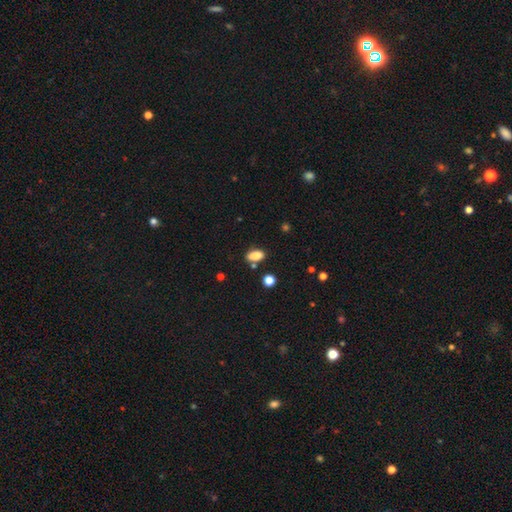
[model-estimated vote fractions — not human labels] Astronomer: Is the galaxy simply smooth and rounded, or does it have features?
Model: smooth — 85%.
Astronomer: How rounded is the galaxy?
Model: in between — 86%.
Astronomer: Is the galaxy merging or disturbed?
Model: none — 71%.